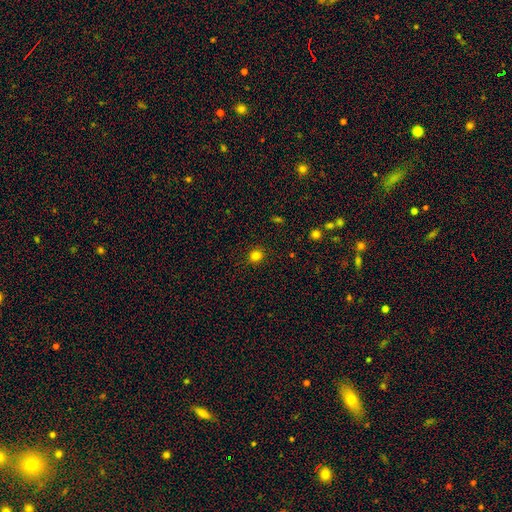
A smooth galaxy with no disk features (88%) that is round (80%). Merging: none (89%).